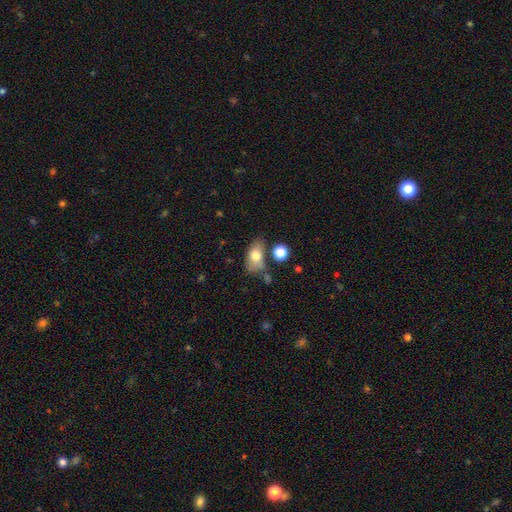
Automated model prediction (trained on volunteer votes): A smooth galaxy with no disk features (72%) that is in between round and cigar-shaped (86%).

Vote fractions:
- Smooth or featured? smooth: 72% / featured or disk: 19% / star or artifact: 8%
- How rounded? in between: 86% / round: 12% / cigar-shaped: 3%
- Merging? none: 55% / minor disturbance: 21% / merger: 15% / major disturbance: 8%